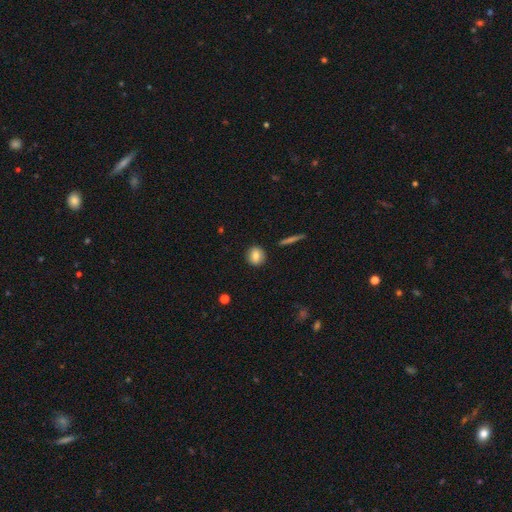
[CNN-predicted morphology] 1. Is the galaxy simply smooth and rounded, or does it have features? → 81% smooth, 11% featured or disk, 8% star or artifact.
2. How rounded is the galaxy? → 86% round, 13% in between, 2% cigar-shaped.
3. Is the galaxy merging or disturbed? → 90% none, 6% minor disturbance, 2% major disturbance, 2% merger.